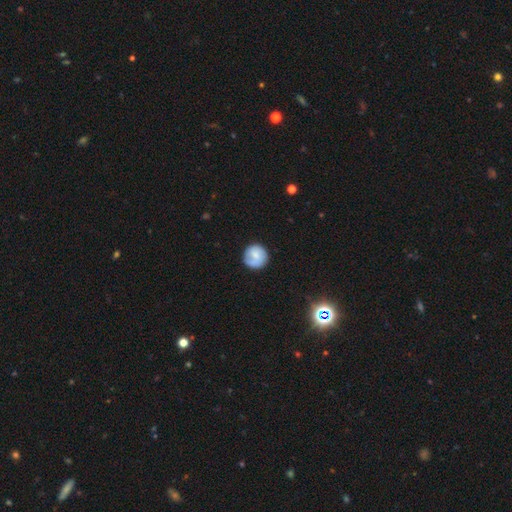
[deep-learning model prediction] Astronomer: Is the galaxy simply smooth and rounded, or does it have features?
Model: smooth — 69%.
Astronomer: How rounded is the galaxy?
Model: round — 93%.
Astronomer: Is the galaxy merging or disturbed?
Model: none — 79%.